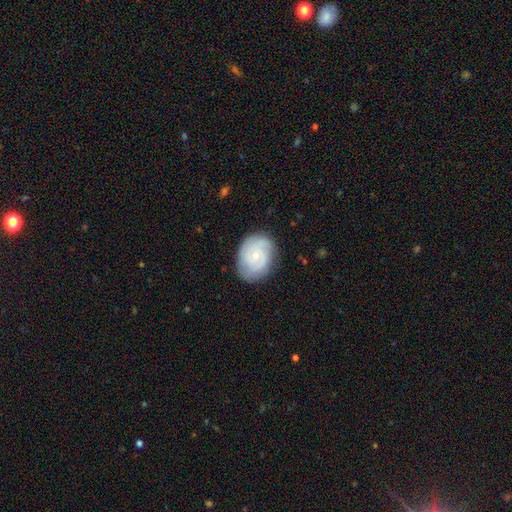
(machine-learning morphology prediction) A featured or disk galaxy (65%) with no bar (72%), 2 (36%) tight (59%) spiral arms (90%) and a small central bulge (71%).

Vote fractions:
- Smooth or featured? featured or disk: 65% / smooth: 29% / star or artifact: 6%
- Edge-on disk? no: 97% / yes: 3%
- Bar? no: 72% / weak: 25% / strong: 3%
- Spiral arms? yes: 90% / no: 10%
- Spiral winding? tight: 59% / medium: 33% / loose: 9%
- Spiral arm count? 2: 36% / can't tell: 31% / 3: 19% / 1: 5% / 4: 5% / more than 4: 4%
- Bulge size? small: 71% / moderate: 25% / none: 2% / large: 1% / dominant: 1%
- Merging? none: 78% / minor disturbance: 17% / major disturbance: 4% / merger: 1%